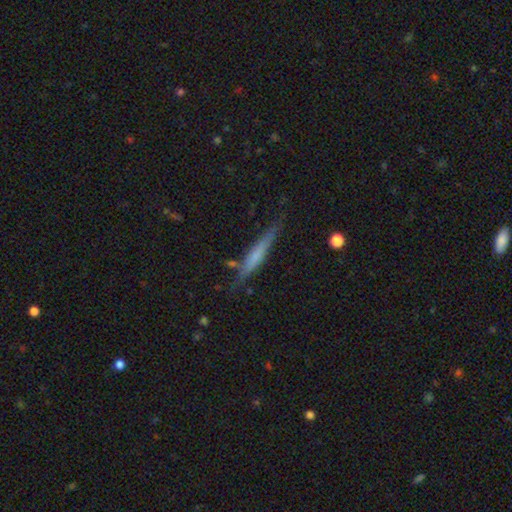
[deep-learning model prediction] smooth-or-featured: smooth: 49% | featured or disk: 45% | star or artifact: 7%
  merging: none: 81% | minor disturbance: 13% | merger: 3% | major disturbance: 3%